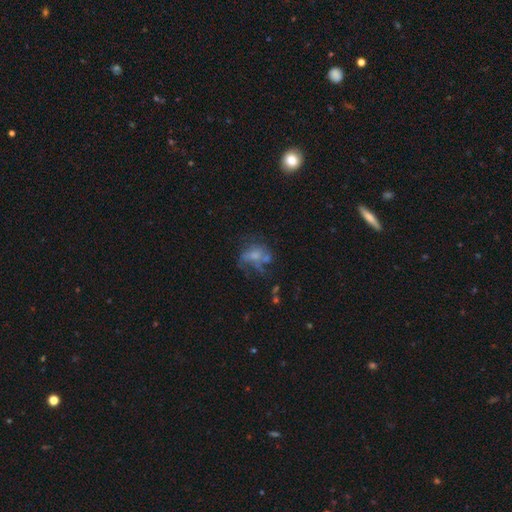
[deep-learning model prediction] The model was most divided on "bulge size": small: 37%, moderate: 34%, none: 22%, large: 5%, dominant: 2%. Remaining: edge-on disk — no (97%); bar — no (77%); spiral arms — no (55%); smooth or featured — featured or disk (52%); merging — major disturbance (37%).